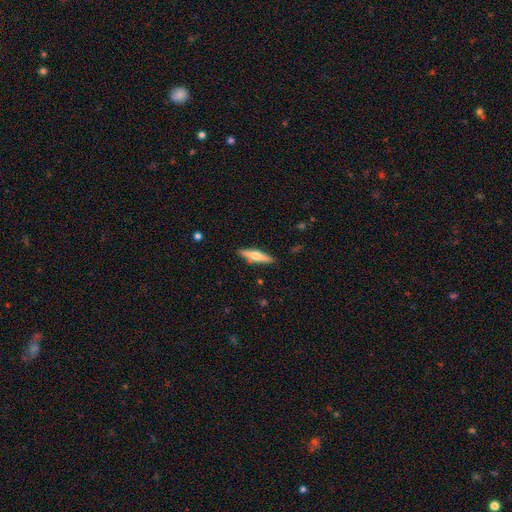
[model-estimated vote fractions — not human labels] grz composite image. It shows a featured or disk galaxy (54%) viewed edge-on (95%) with a rounded central bulge (90%). Merging: none (89%).